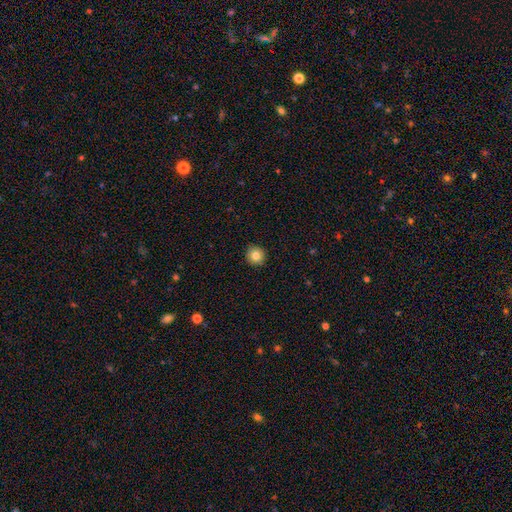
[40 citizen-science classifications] A smooth galaxy with no disk features (82%) that is round (94%).

Vote fractions:
- Smooth or featured? smooth: 82% / star or artifact: 10% / featured or disk: 8%
- How rounded? round: 94% / in between: 6% / cigar-shaped: 0%
- Merging? none: 97% / minor disturbance: 3% / major disturbance: 0% / merger: 0%